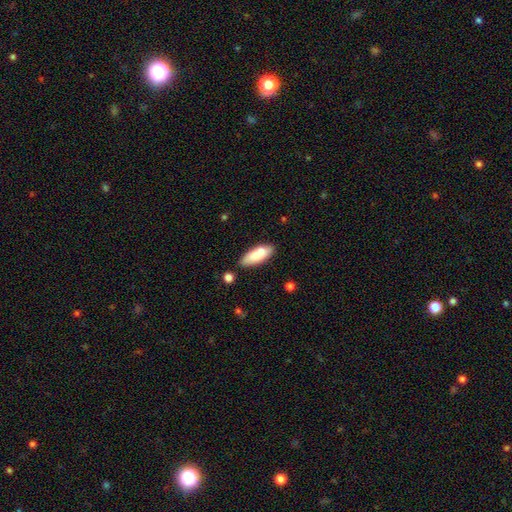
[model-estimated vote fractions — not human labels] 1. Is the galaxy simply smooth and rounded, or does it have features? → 77% smooth, 16% featured or disk, 6% star or artifact.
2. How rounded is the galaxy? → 67% in between, 31% cigar-shaped, 2% round.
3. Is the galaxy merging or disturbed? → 71% none, 15% minor disturbance, 11% merger, 3% major disturbance.